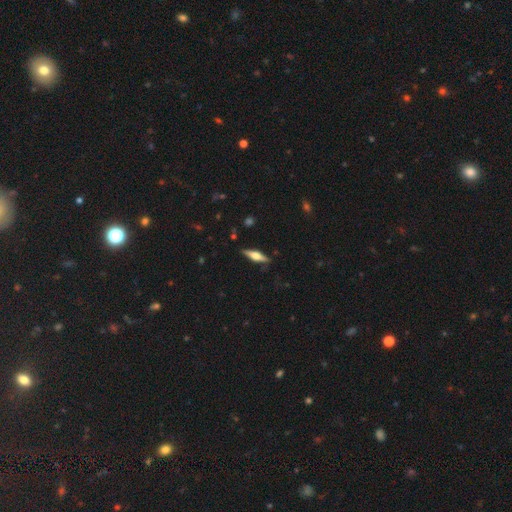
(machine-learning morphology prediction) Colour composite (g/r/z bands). It shows a featured or disk galaxy (63%) viewed edge-on (96%) with a rounded central bulge (87%). Merging: none (87%).